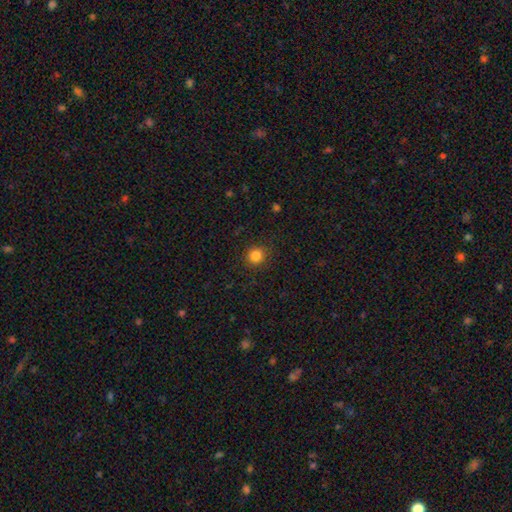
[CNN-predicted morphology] A smooth galaxy with no disk features (83%) that is round (91%).

Vote fractions:
- Smooth or featured? smooth: 83% / star or artifact: 12% / featured or disk: 5%
- How rounded? round: 91% / in between: 8% / cigar-shaped: 1%
- Merging? none: 90% / minor disturbance: 6% / major disturbance: 2% / merger: 1%